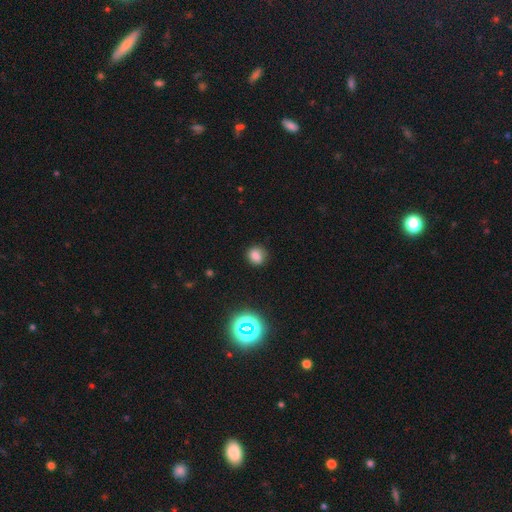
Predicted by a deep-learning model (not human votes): smooth-or-featured: smooth: 79% | star or artifact: 15% | featured or disk: 5%
  how-rounded: round: 72% | in between: 27% | cigar-shaped: 1%
  merging: none: 83% | minor disturbance: 12% | major disturbance: 3% | merger: 1%